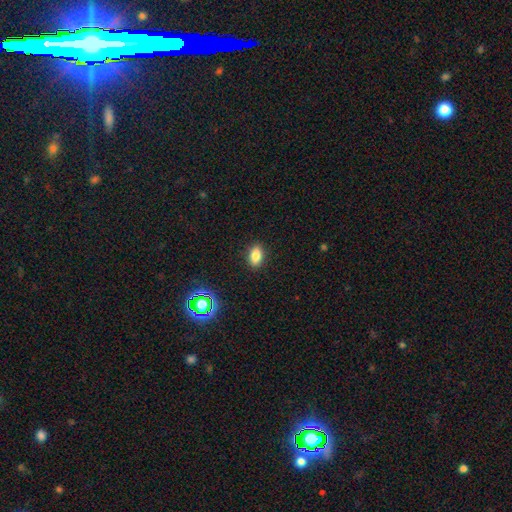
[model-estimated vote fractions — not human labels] A smooth galaxy with no disk features (82%) that is in between round and cigar-shaped (86%).

Vote fractions:
- Smooth or featured? smooth: 82% / star or artifact: 12% / featured or disk: 7%
- How rounded? in between: 86% / round: 11% / cigar-shaped: 3%
- Merging? none: 89% / minor disturbance: 8% / major disturbance: 2% / merger: 1%